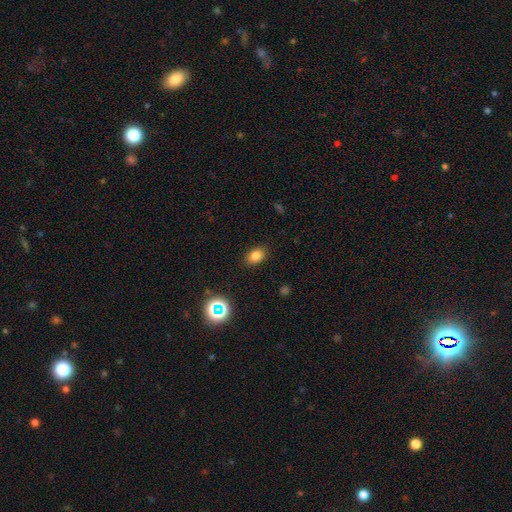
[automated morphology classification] Smooth or featured: smooth — 80% (star or artifact — 13%)
How rounded: in between — 76% (round — 22%)
Merging: none — 87% (minor disturbance — 9%)